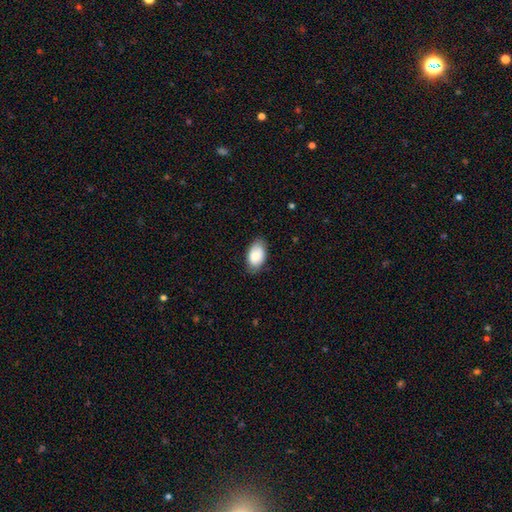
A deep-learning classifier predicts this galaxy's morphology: This is clearly a smooth galaxy (83%). How rounded: clearly in between (92%). Merging: likely none (77%).